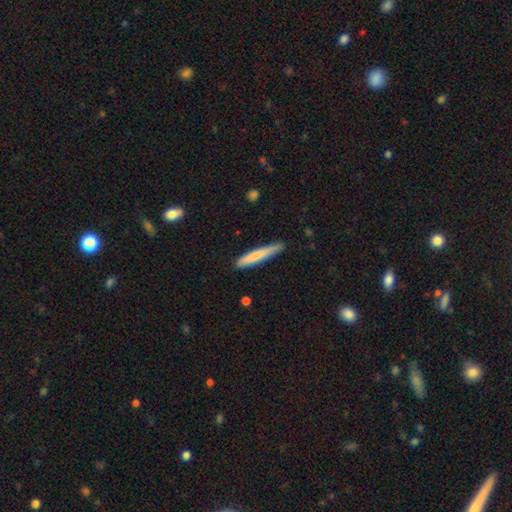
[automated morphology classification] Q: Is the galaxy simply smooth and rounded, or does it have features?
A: smooth — 73%.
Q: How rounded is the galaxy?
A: cigar-shaped — 94%.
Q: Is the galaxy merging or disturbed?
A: none — 84%.